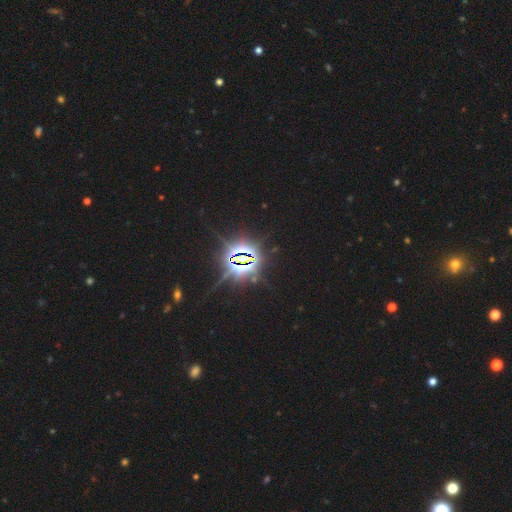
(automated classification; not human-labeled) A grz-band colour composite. It shows a star or artifact, not a galaxy (86%).